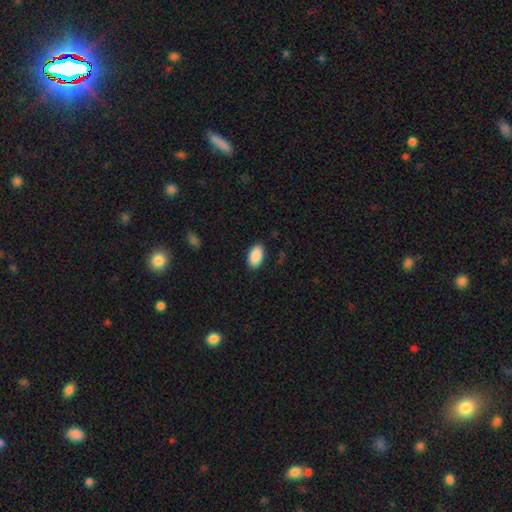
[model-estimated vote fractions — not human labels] smooth_or_featured: smooth (p=0.90) [alt: star or artifact p=0.06]
how_rounded: in between (p=0.95) [alt: round p=0.04]
merging: none (p=0.88) [alt: minor disturbance p=0.09]